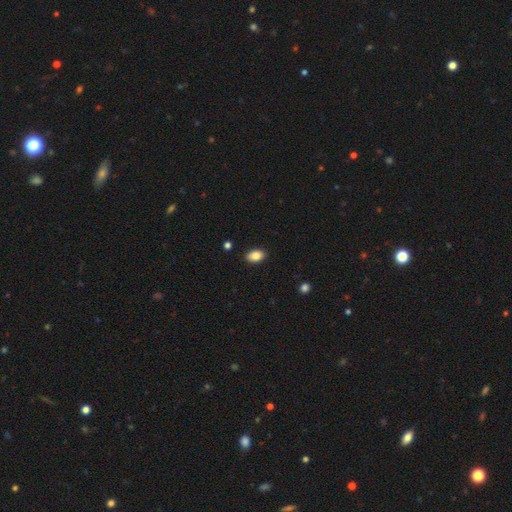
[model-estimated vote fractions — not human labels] Morphology: type=smooth (84%); roundness=in between (89%); merging=none (89%).